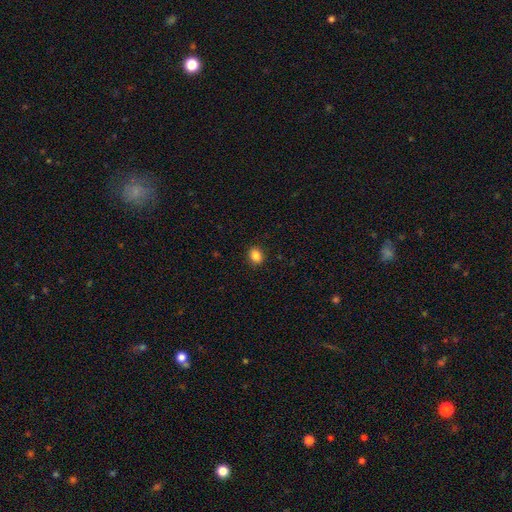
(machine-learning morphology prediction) This is clearly a smooth galaxy (86%). How rounded: possibly in between (50%). Merging: clearly none (90%).